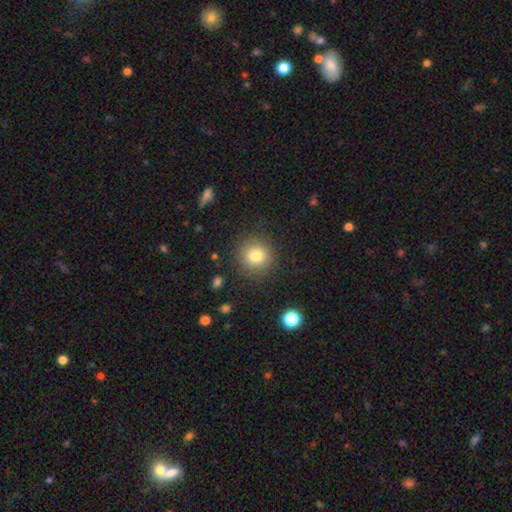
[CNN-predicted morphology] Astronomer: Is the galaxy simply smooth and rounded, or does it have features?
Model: smooth — 79%.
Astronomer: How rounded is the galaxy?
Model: round — 91%.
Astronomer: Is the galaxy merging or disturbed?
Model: none — 87%.